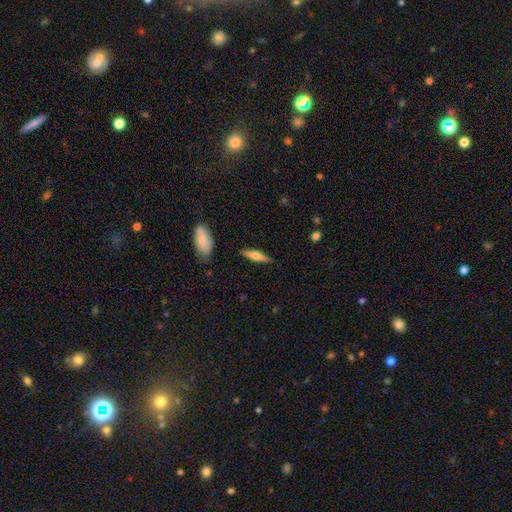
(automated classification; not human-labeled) Q: Smooth or featured?
A: smooth (59%); runner-up: featured or disk (35%)
Q: How rounded?
A: cigar-shaped (69%); runner-up: in between (29%)
Q: Merging?
A: none (85%); runner-up: minor disturbance (10%)